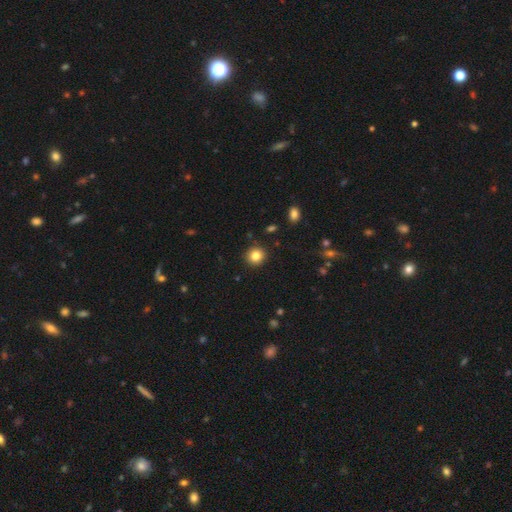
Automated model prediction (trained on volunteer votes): The model was most divided on "smooth or featured": smooth: 83%, star or artifact: 11%, featured or disk: 6%. More confident: how rounded — round (91%); merging — none (91%).